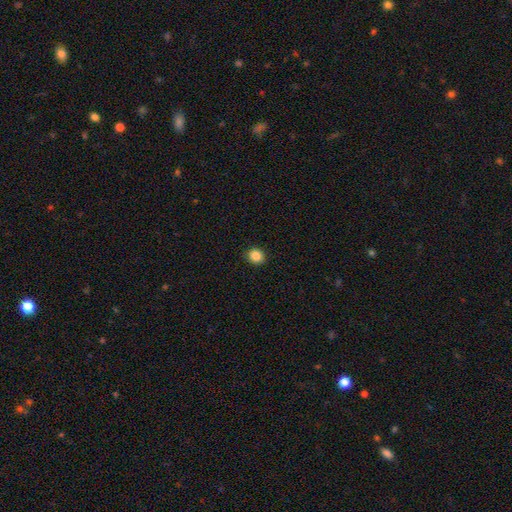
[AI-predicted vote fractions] The model was most divided on "how rounded": round: 79%, in between: 20%, cigar-shaped: 1%. More confident: merging — none (92%); smooth or featured — smooth (86%).